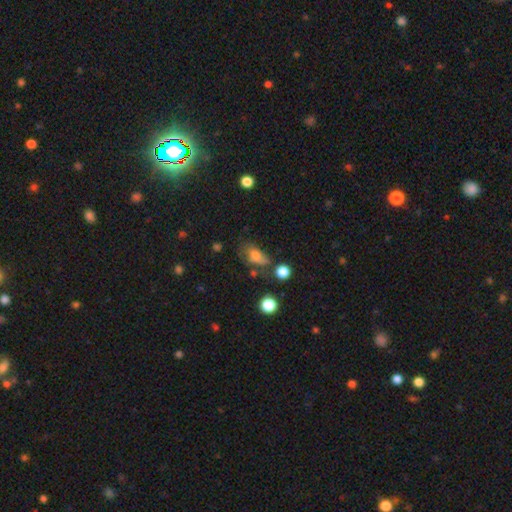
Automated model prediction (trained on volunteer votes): smooth 70%, featured or disk 17%, star or artifact 13%. Down the decision tree: how rounded — in between (82%); merging — none (38%).